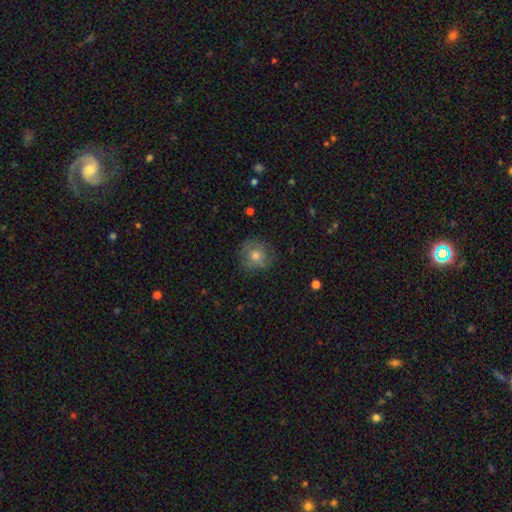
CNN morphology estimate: Overall: smooth (53%; featured or disk 35%). How rounded: round (88%). Merging: none (76%).